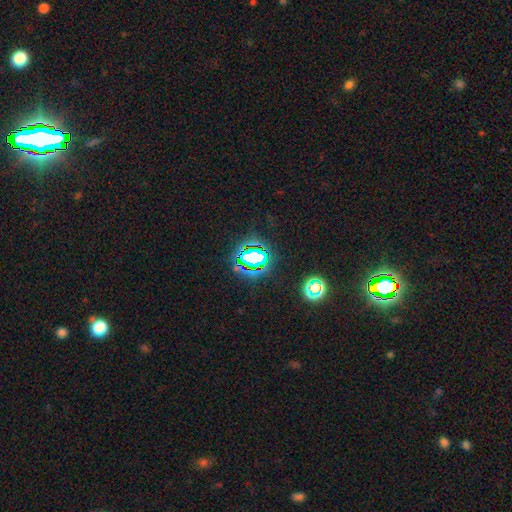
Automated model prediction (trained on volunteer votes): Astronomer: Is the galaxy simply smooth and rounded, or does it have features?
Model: star or artifact — 60%.